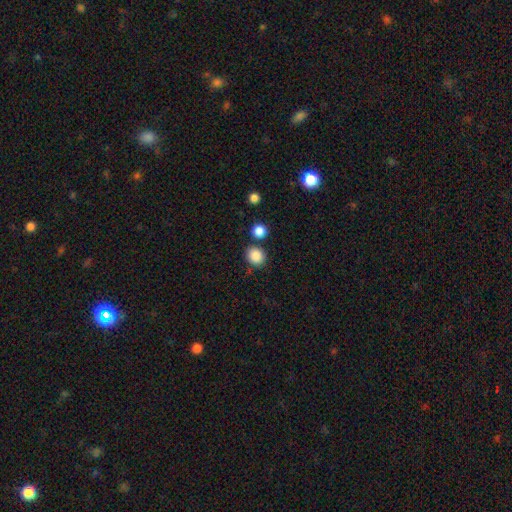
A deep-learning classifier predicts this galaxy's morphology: This is clearly a smooth galaxy (87%). How rounded: clearly round (82%). Merging: likely none (79%).